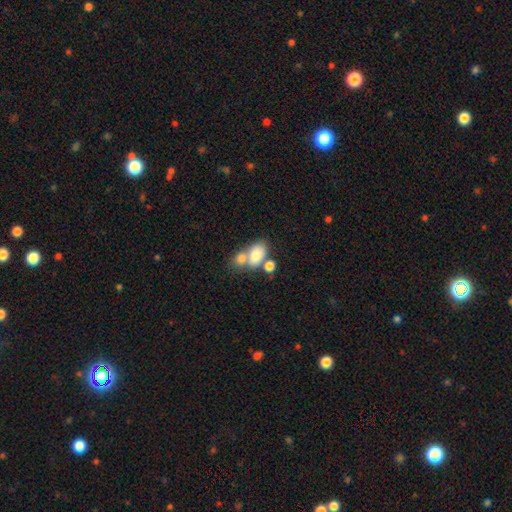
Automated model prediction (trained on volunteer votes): Smooth or featured? smooth (76%)
How rounded? in between (83%)
Merging? merger (53%)